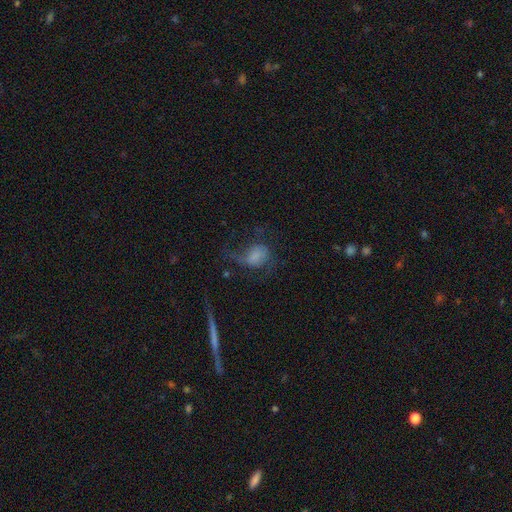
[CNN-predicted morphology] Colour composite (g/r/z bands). It shows a featured or disk galaxy (46%). Merging: major disturbance (41%).